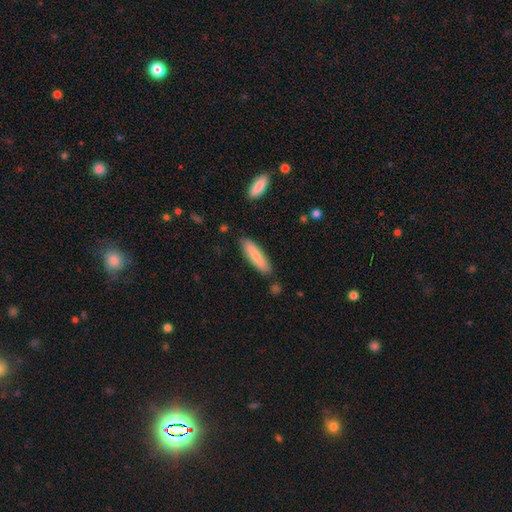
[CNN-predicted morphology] This is likely a smooth galaxy (80%). How rounded: likely cigar-shaped (78%). Merging: clearly none (85%).